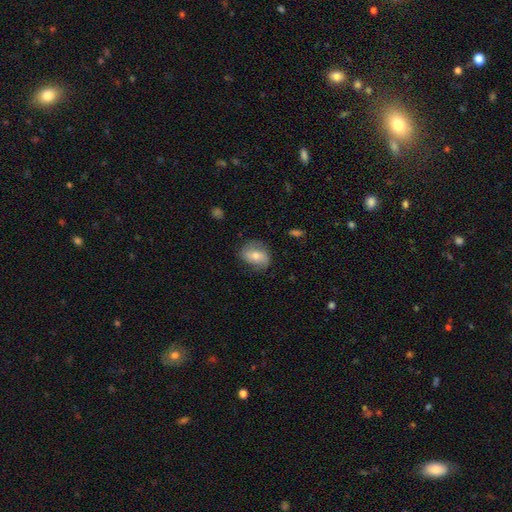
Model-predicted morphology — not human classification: Overall: smooth (59%; featured or disk 33%). How rounded: in between (67%; round 32%). Merging: none (67%).